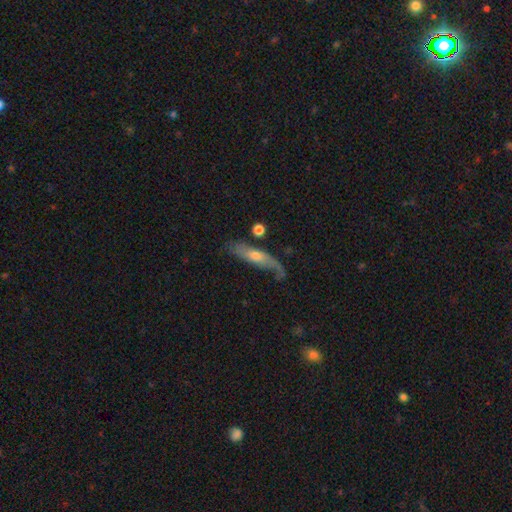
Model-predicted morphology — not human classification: This is possibly a featured or disk galaxy (57%). It is possibly not viewed edge-on (53%). Merging: possibly none (53%).